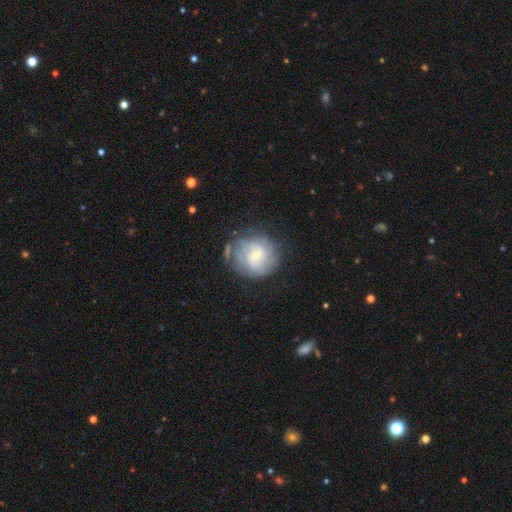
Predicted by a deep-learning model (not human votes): Smooth or featured: featured or disk — 69% (smooth — 23%)
Edge-on disk: no — 98% (yes — 2%)
Bar: no — 48% (weak — 44%)
Spiral arms: yes — 87% (no — 13%)
Spiral winding: tight — 44% (medium — 38%)
Spiral arm count: can't tell — 37% (2 — 31%)
Bulge size: small — 71% (moderate — 25%)
Merging: none — 66% (minor disturbance — 19%)